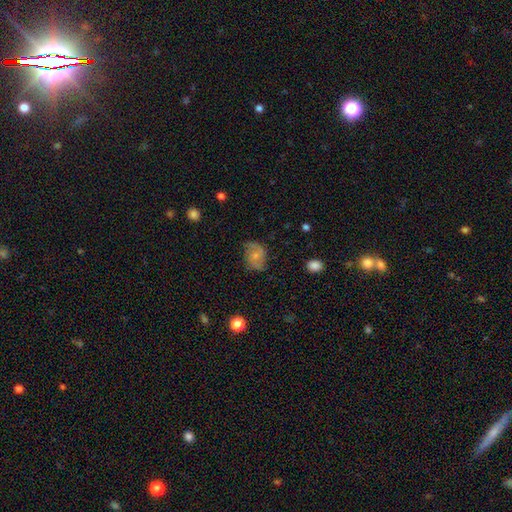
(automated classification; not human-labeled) A featured or disk galaxy (53%) with no bar (69%), spiral arms (83%) and a small central bulge (61%). Merging: none (63%).